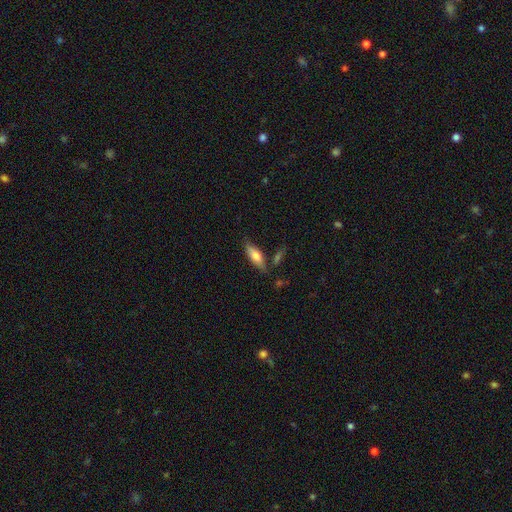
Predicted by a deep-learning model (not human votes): smooth 69%, featured or disk 25%, star or artifact 6%. Down the decision tree: how rounded — in between (54%); merging — none (73%).